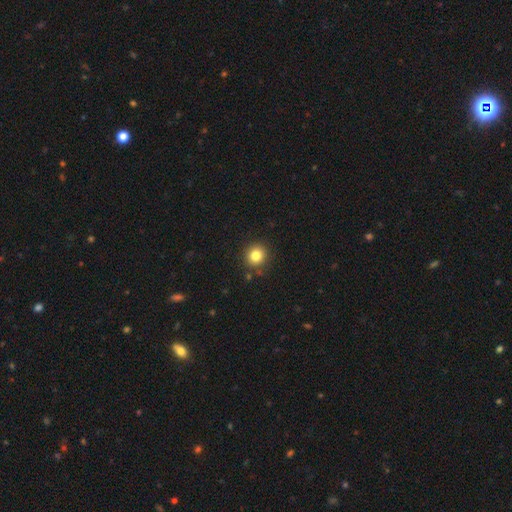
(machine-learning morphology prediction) This appears to be a smooth galaxy with no disk features (81%) that is round (90%). Merging: none (88%).